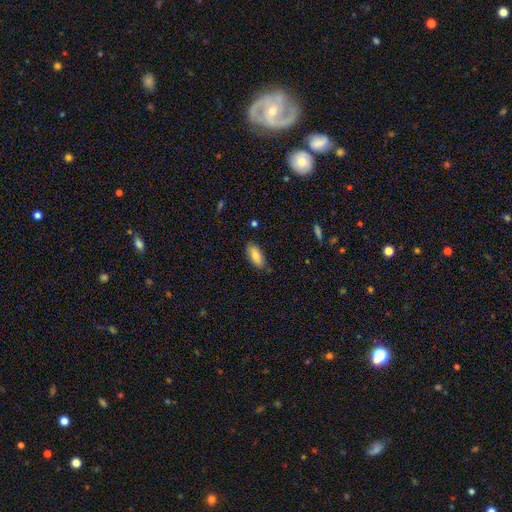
Smooth or featured? smooth (100%)
How rounded? in between (92%)
Merging? none (67%)